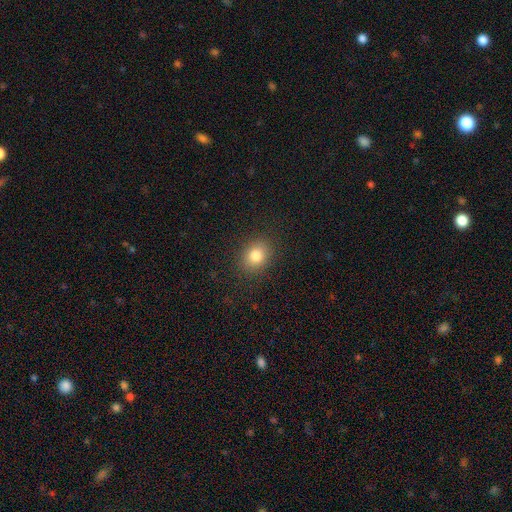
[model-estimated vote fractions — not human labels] A smooth galaxy with no disk features (81%) that is round (52%). Merging: none (87%).